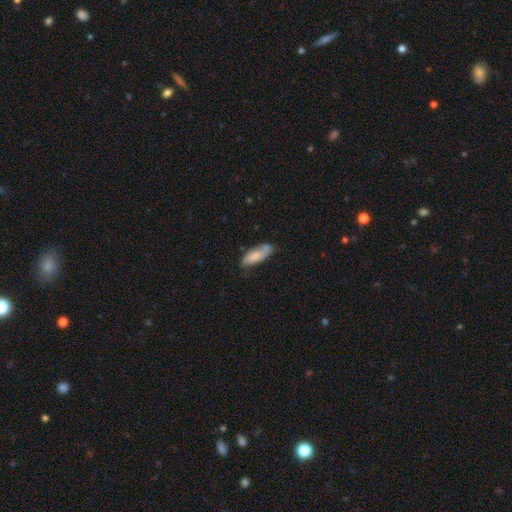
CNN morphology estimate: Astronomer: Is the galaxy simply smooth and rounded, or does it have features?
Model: smooth — 73%.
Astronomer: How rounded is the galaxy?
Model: in between — 67%.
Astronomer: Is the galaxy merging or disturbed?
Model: none — 53%.